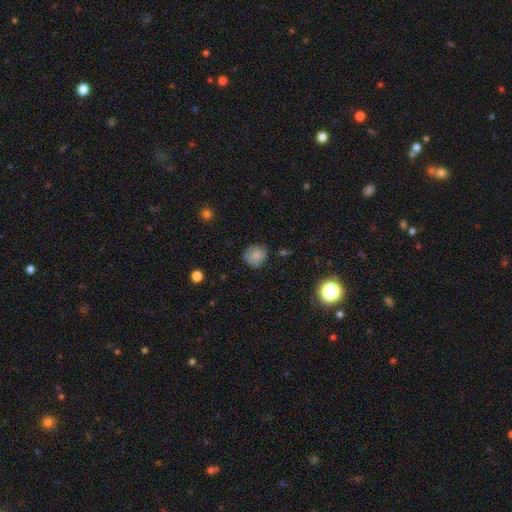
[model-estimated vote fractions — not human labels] The model was most divided on "merging": none: 75%, minor disturbance: 19%, major disturbance: 4%, merger: 2%. More confident: how rounded — round (84%); smooth or featured — smooth (79%).